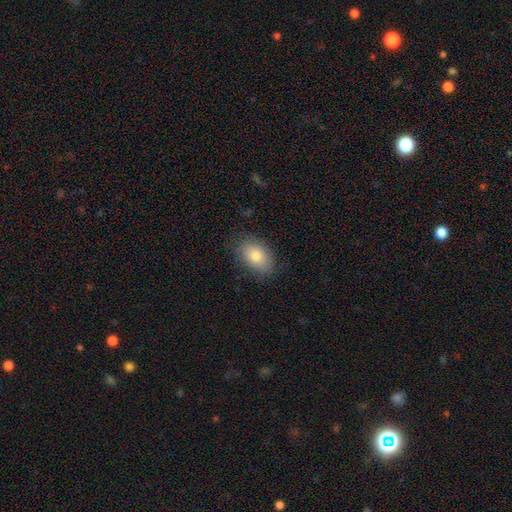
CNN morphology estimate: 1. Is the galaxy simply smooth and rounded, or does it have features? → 79% smooth, 13% featured or disk, 8% star or artifact.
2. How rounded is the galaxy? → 85% in between, 13% round, 1% cigar-shaped.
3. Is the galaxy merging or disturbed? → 82% none, 14% minor disturbance, 3% major disturbance, 1% merger.